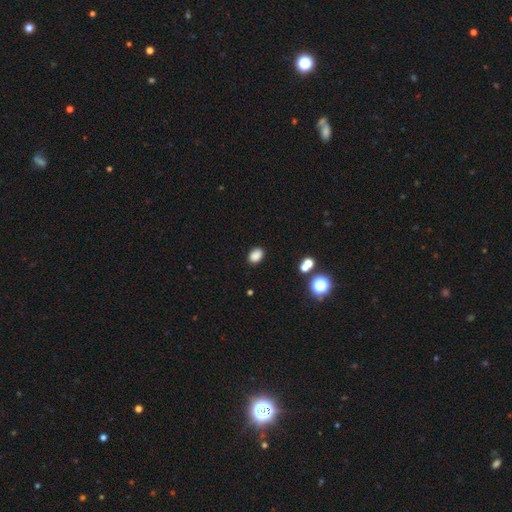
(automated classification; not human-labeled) This appears to be a smooth galaxy with no disk features (86%) that is in between round and cigar-shaped (81%). Merging: none (88%).